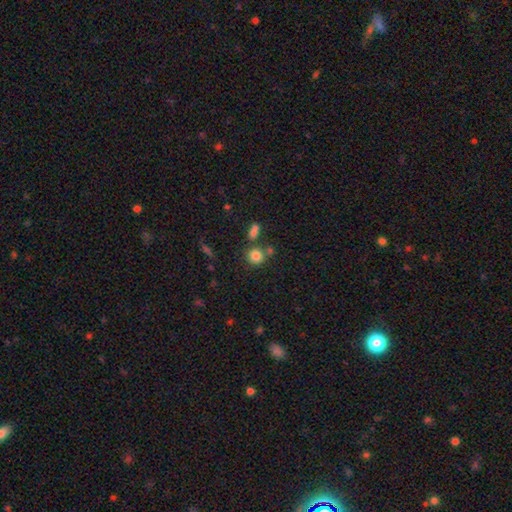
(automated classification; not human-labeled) Q: Smooth or featured?
A: smooth (82%); runner-up: star or artifact (11%)
Q: How rounded?
A: round (85%); runner-up: in between (13%)
Q: Merging?
A: none (67%); runner-up: merger (18%)